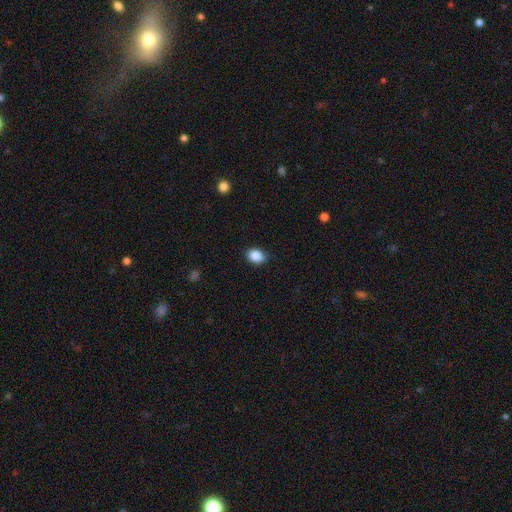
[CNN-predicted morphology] smooth_or_featured: smooth (p=0.88) [alt: star or artifact p=0.08]
how_rounded: in between (p=0.64) [alt: round p=0.35]
merging: none (p=0.86) [alt: minor disturbance p=0.11]